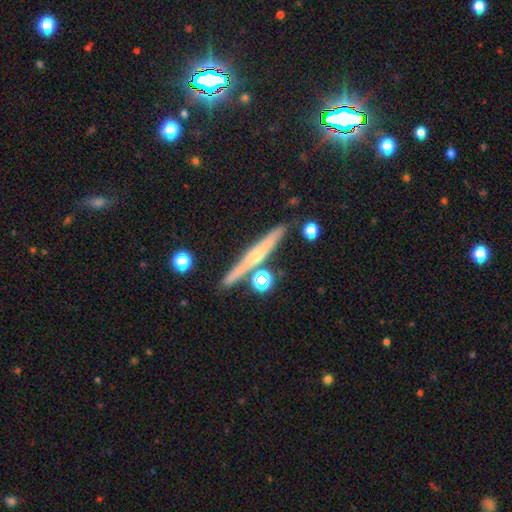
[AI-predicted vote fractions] featured or disk 62%, smooth 29%, star or artifact 9%. Down the decision tree: edge-on disk — yes (96%); edge-on bulge — rounded (70%); merging — none (81%).